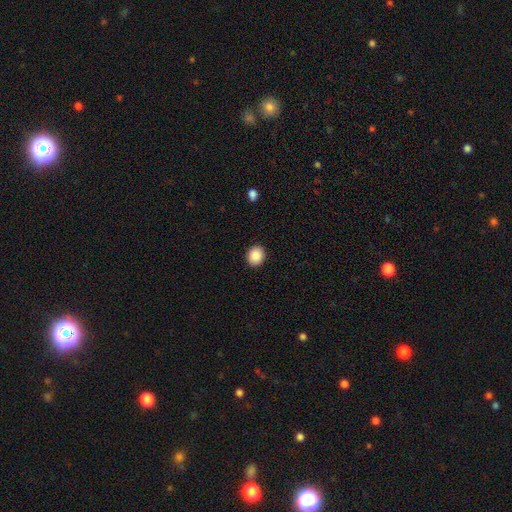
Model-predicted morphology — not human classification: Smooth or featured? smooth (88%)
How rounded? round (75%)
Merging? none (92%)